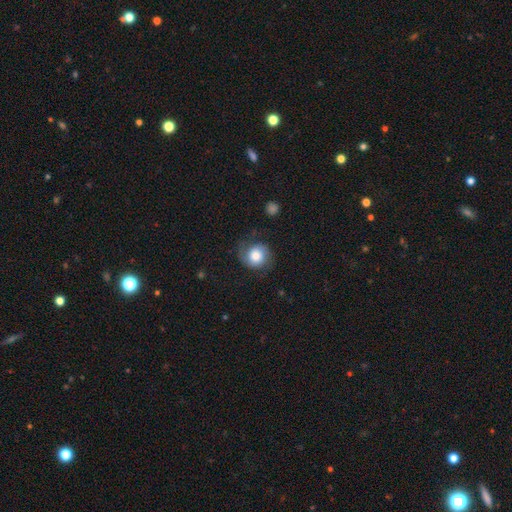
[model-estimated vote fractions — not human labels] Smooth or featured?
  - smooth: 52% *
  - featured or disk: 40%
  - star or artifact: 8%
How rounded?
  - round: 83% *
  - in between: 17%
  - cigar-shaped: 1%
Merging?
  - none: 61% *
  - minor disturbance: 22%
  - major disturbance: 15%
  - merger: 2%